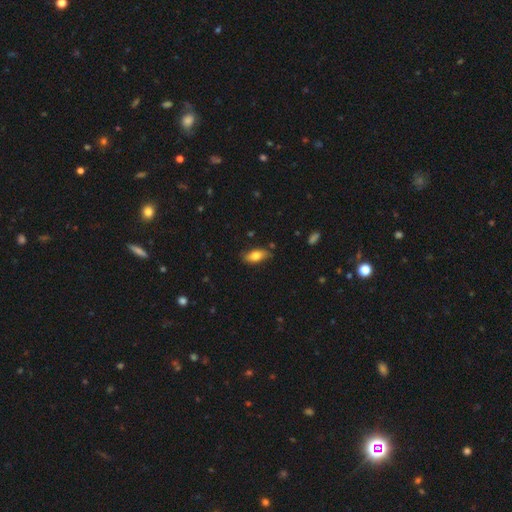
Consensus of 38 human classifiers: Morphology: type=smooth (79%); roundness=in between (93%); merging=none (69%).